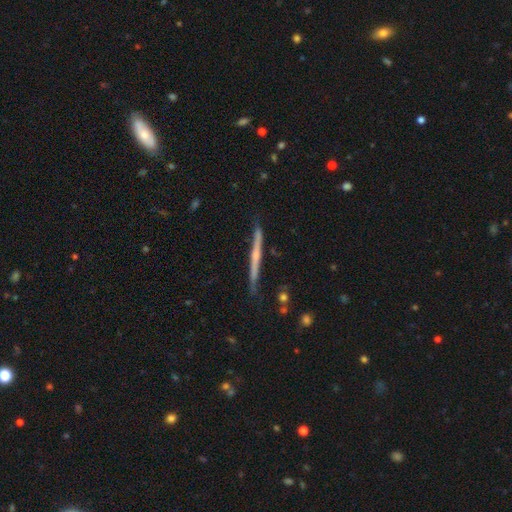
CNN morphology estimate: Q: Smooth or featured?
A: featured or disk (68%); runner-up: smooth (26%)
Q: Edge-on disk?
A: yes (98%); runner-up: no (2%)
Q: Edge-on bulge?
A: rounded (48%); runner-up: none (45%)
Q: Merging?
A: none (84%); runner-up: minor disturbance (13%)